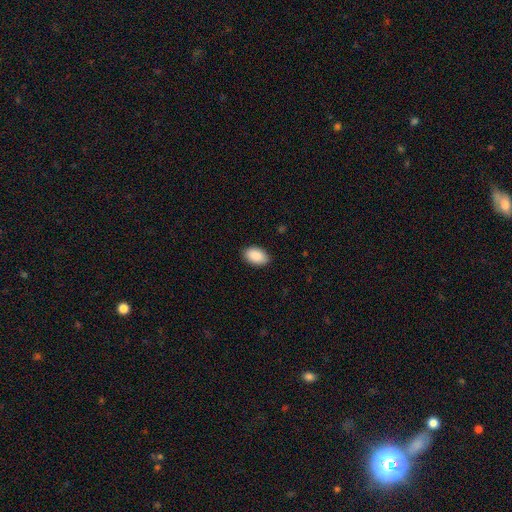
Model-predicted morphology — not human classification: The model was most divided on "merging": none: 88%, minor disturbance: 9%, major disturbance: 2%, merger: 1%. More confident: how rounded — in between (92%); smooth or featured — smooth (90%).